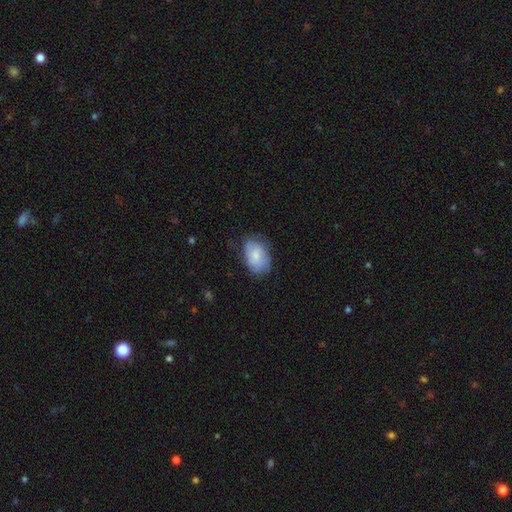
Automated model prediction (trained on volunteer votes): A smooth galaxy with no disk features (74%) that is in between round and cigar-shaped (87%).

Vote fractions:
- Smooth or featured? smooth: 74% / featured or disk: 20% / star or artifact: 7%
- How rounded? in between: 87% / round: 12% / cigar-shaped: 1%
- Merging? none: 65% / minor disturbance: 27% / major disturbance: 7% / merger: 1%